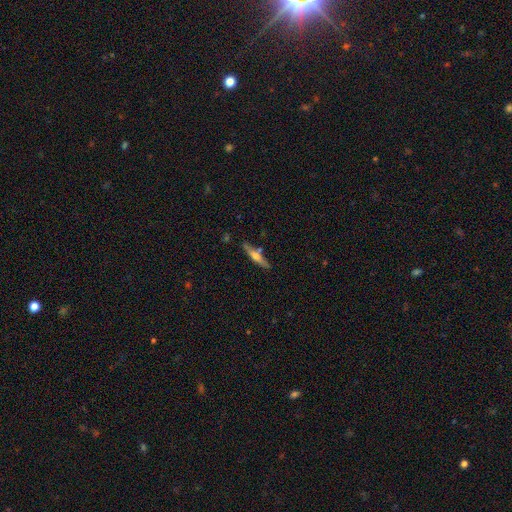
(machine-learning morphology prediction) Smooth or featured?
  - featured or disk: 56% *
  - smooth: 37%
  - star or artifact: 6%
Edge-on disk?
  - yes: 94% *
  - no: 6%
Edge-on bulge?
  - rounded: 88% *
  - none: 7%
  - boxy: 5%
Merging?
  - none: 80% *
  - minor disturbance: 12%
  - merger: 6%
  - major disturbance: 2%